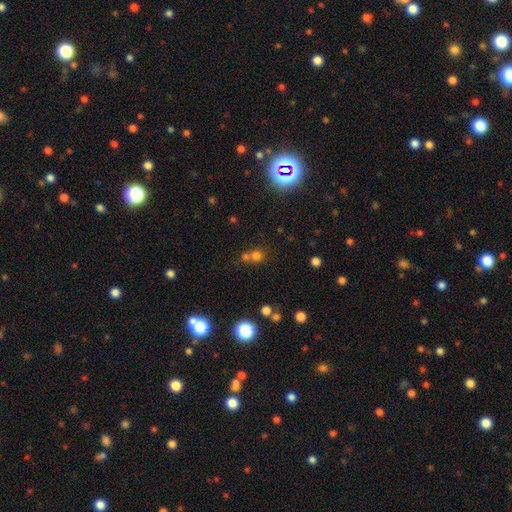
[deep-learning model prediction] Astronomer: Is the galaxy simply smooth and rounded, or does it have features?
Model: smooth — 66%.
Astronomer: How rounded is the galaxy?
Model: round — 86%.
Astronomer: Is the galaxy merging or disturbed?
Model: none — 47% (runner-up: merger, 42%).